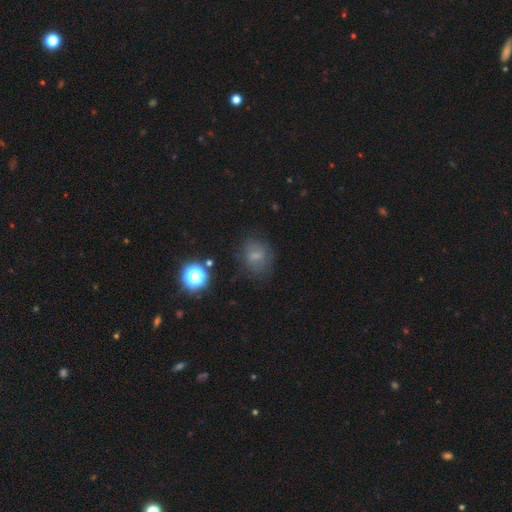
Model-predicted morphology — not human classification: type=smooth (59%); roundness=round (56%); merging=none (65%).